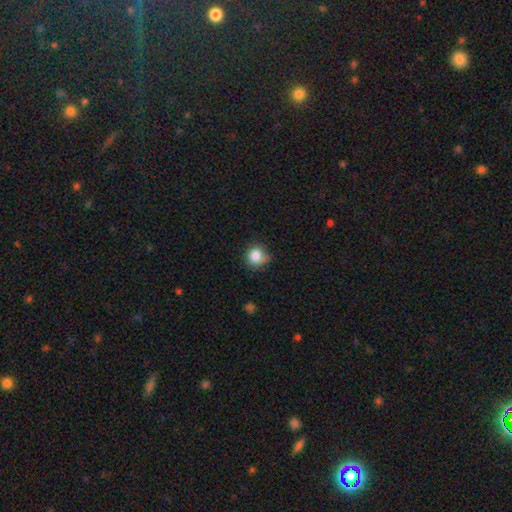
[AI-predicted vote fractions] smooth-or-featured: smooth: 83% | star or artifact: 10% | featured or disk: 7%
  how-rounded: round: 88% | in between: 11% | cigar-shaped: 1%
  merging: none: 67% | minor disturbance: 26% | major disturbance: 5% | merger: 2%